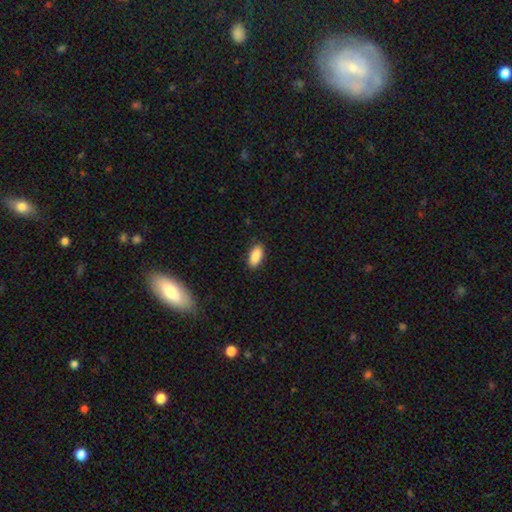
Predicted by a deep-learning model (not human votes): This appears to be a smooth galaxy with no disk features (89%) that is in between round and cigar-shaped (91%). Merging: none (87%).